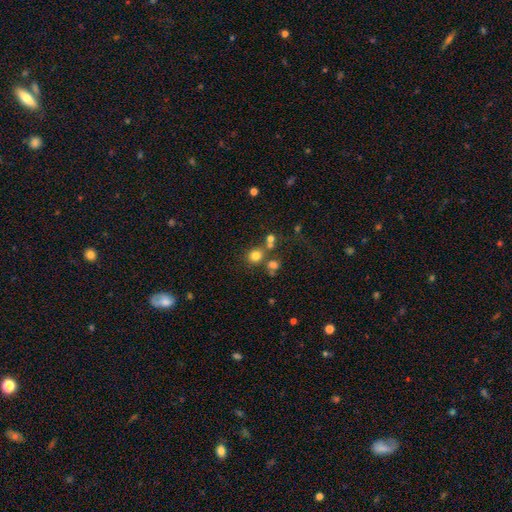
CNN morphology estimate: Overall: smooth (75%). How rounded: round (87%). Merging: none (65%).